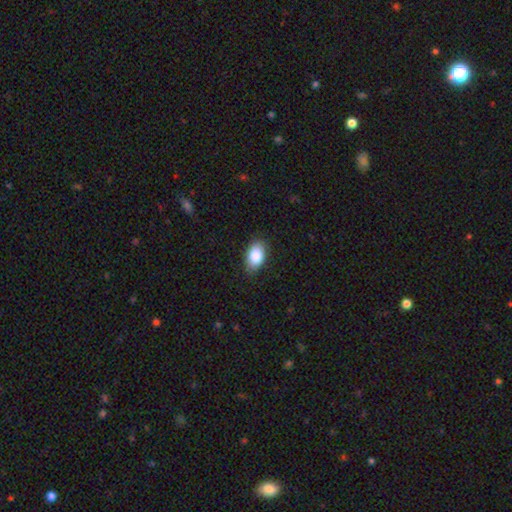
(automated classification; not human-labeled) Overall: smooth (87%). How rounded: in between (91%). Merging: none (84%).